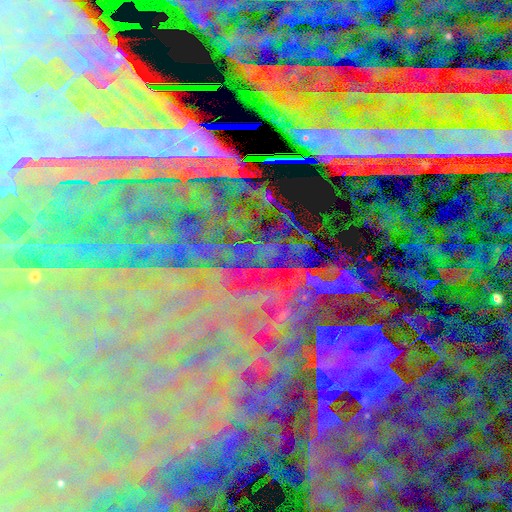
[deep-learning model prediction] star or artifact 89%, featured or disk 6%, smooth 5%.